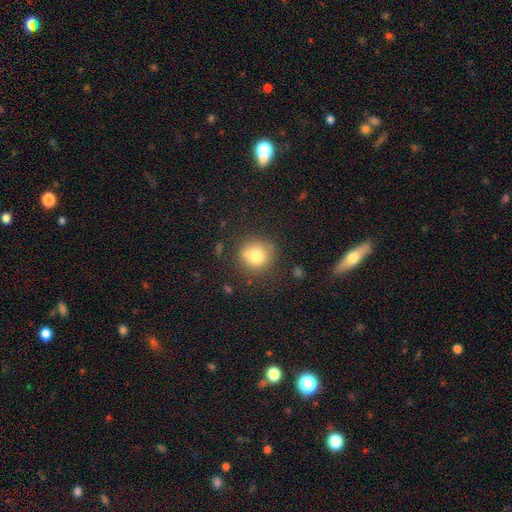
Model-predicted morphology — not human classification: Overall: smooth (75%). How rounded: round (90%). Merging: none (69%).